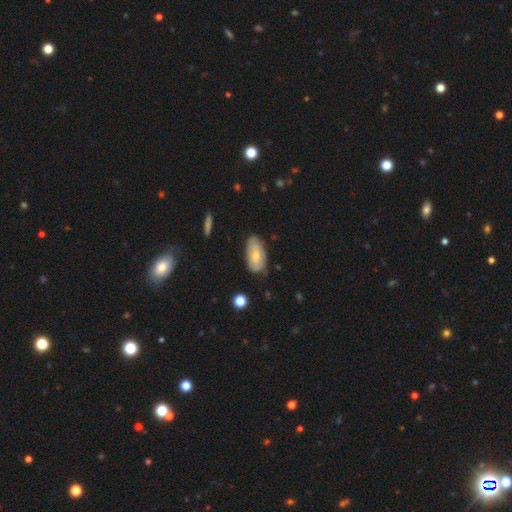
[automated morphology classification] Q: Smooth or featured?
A: smooth (61%); runner-up: featured or disk (33%)
Q: How rounded?
A: in between (92%); runner-up: cigar-shaped (5%)
Q: Merging?
A: none (69%); runner-up: minor disturbance (25%)